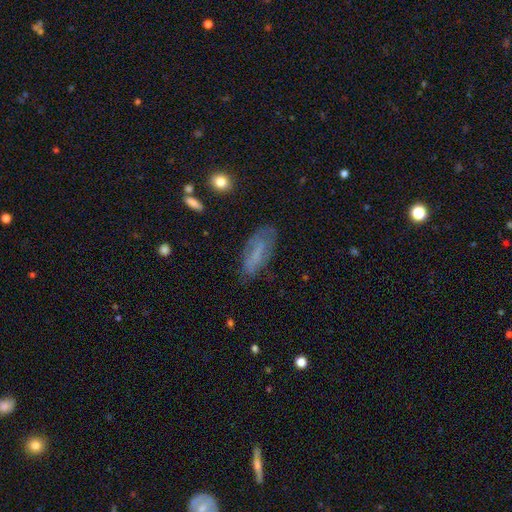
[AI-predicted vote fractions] This is possibly a smooth galaxy (52%). How rounded: likely in between (65%). Merging: likely none (65%).